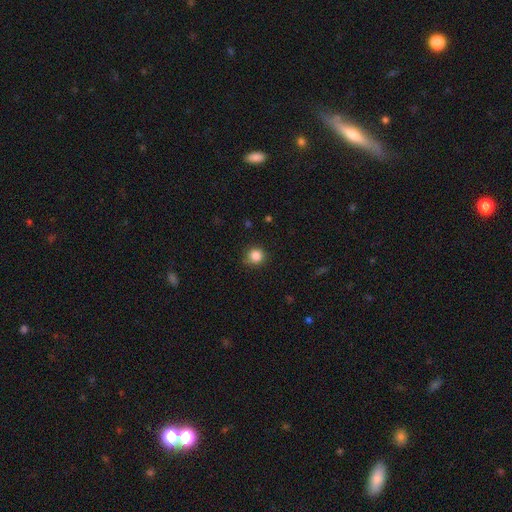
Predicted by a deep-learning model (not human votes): Smooth or featured: smooth — 85% (star or artifact — 11%)
How rounded: round — 92% (in between — 7%)
Merging: none — 83% (minor disturbance — 13%)